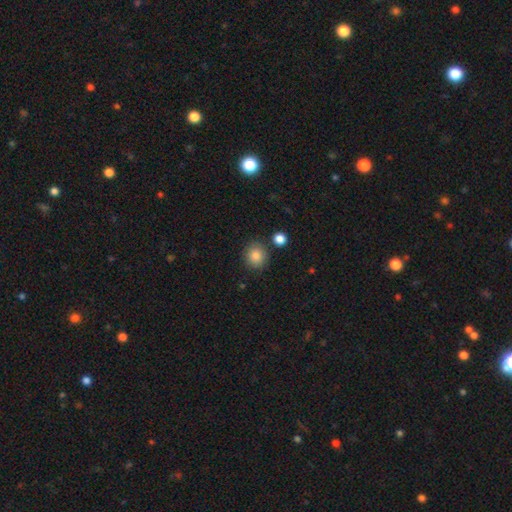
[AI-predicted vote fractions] A smooth galaxy with no disk features (84%) that is round (85%).

Vote fractions:
- Smooth or featured? smooth: 84% / star or artifact: 10% / featured or disk: 6%
- How rounded? round: 85% / in between: 14% / cigar-shaped: 1%
- Merging? none: 85% / minor disturbance: 8% / merger: 5% / major disturbance: 2%